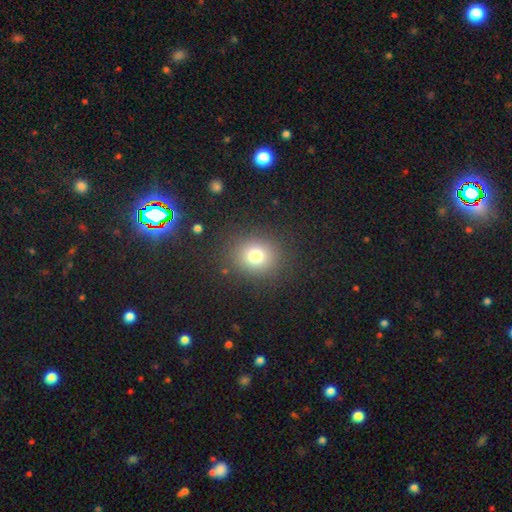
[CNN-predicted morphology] Q: Smooth or featured?
A: smooth (75%); runner-up: star or artifact (16%)
Q: How rounded?
A: round (78%); runner-up: in between (21%)
Q: Merging?
A: none (87%); runner-up: minor disturbance (8%)